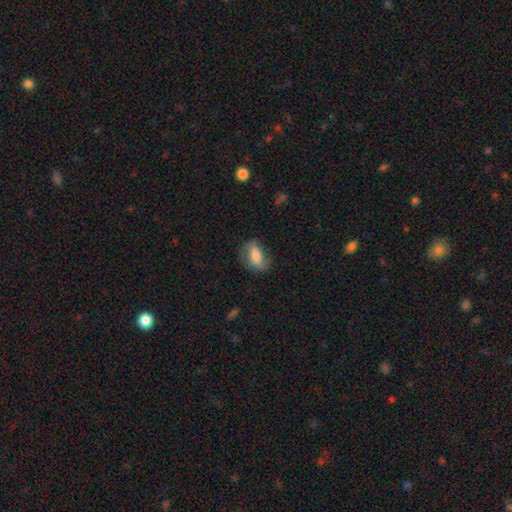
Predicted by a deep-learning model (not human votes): Morphology: type=smooth (51%); roundness=in between (83%); merging=none (63%).